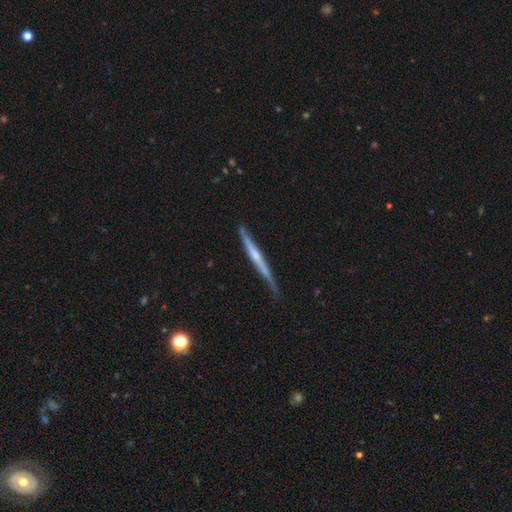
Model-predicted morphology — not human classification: Smooth or featured? featured or disk (65%)
Edge-on disk? yes (97%)
Edge-on bulge? none (55%)
Merging? none (80%)